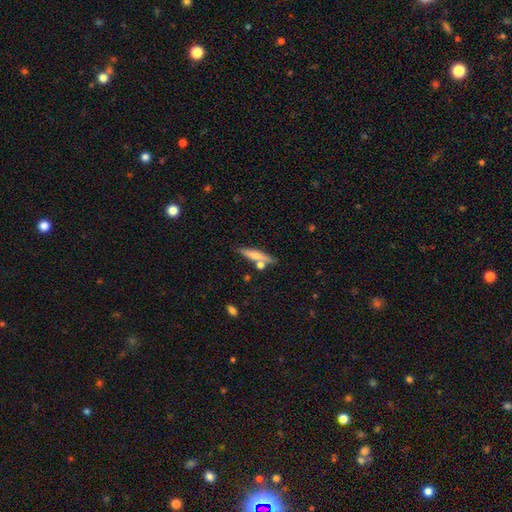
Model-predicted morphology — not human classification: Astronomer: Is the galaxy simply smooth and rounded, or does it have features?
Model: smooth — 57% (runner-up: featured or disk, 36%).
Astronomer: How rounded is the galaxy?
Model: cigar-shaped — 83%.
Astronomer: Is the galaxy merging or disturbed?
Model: none — 70%.